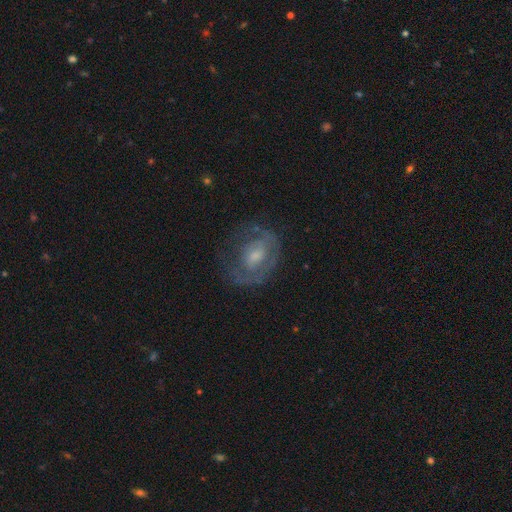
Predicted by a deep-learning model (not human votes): A featured or disk galaxy (66%) with no bar (55%), spiral arms (58%) and a moderate central bulge (46%).

Vote fractions:
- Smooth or featured? featured or disk: 66% / smooth: 25% / star or artifact: 9%
- Edge-on disk? no: 96% / yes: 4%
- Bar? no: 55% / weak: 36% / strong: 9%
- Spiral arms? yes: 58% / no: 42%
- Bulge size? moderate: 46% / small: 40% / none: 7% / large: 6% / dominant: 1%
- Merging? none: 61% / minor disturbance: 21% / major disturbance: 17% / merger: 2%